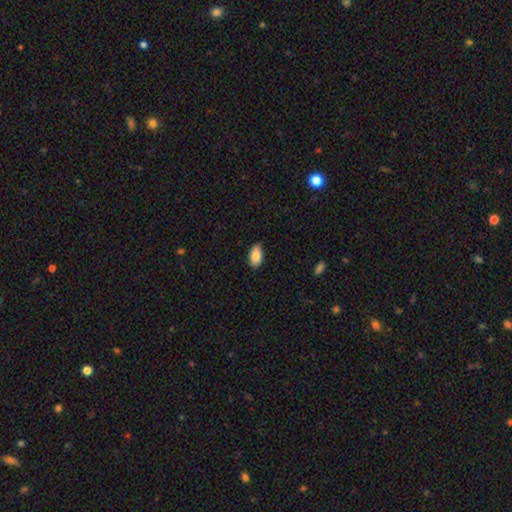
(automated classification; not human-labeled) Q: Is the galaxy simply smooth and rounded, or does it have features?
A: smooth — 87%.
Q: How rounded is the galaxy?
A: in between — 94%.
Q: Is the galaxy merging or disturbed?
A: none — 83%.